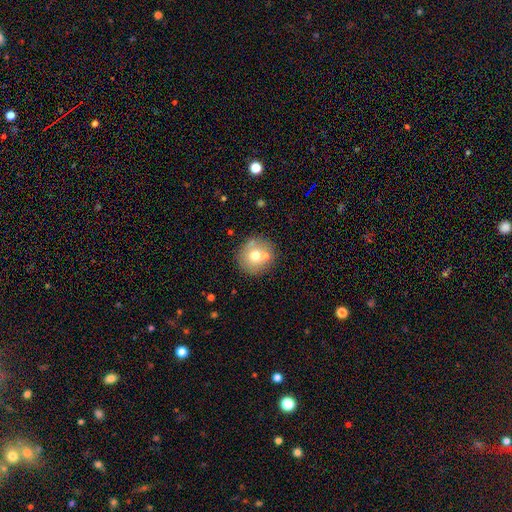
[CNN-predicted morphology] smooth-or-featured: smooth: 66% | featured or disk: 23% | star or artifact: 11%
  how-rounded: round: 92% | in between: 7% | cigar-shaped: 1%
  merging: none: 72% | merger: 15% | minor disturbance: 10% | major disturbance: 3%